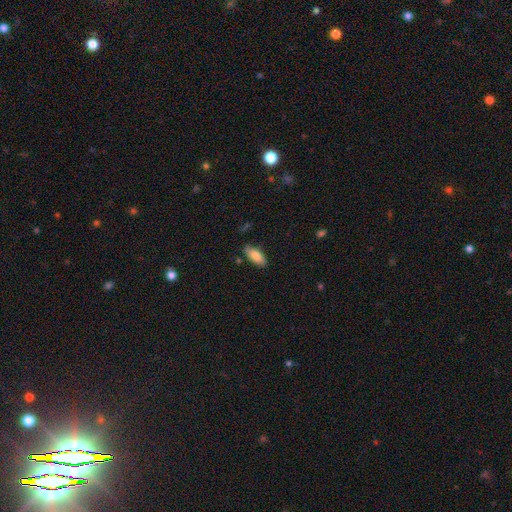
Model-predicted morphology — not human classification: smooth-or-featured: smooth: 84% | featured or disk: 10% | star or artifact: 6%
  how-rounded: in between: 83% | cigar-shaped: 15% | round: 2%
  merging: none: 81% | minor disturbance: 14% | major disturbance: 3% | merger: 2%